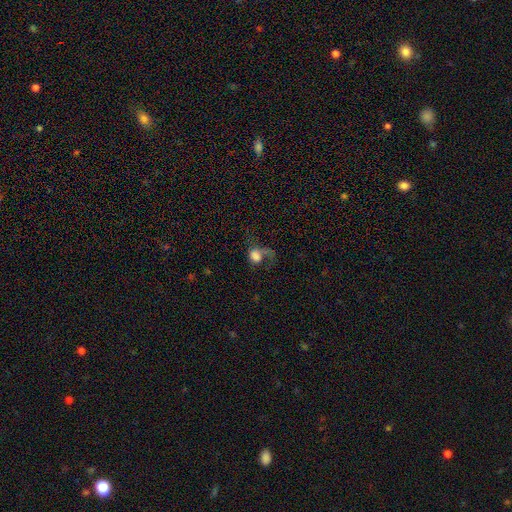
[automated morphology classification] This is likely a smooth galaxy (61%). How rounded: possibly in between (51%). Merging: possibly major disturbance (53%).